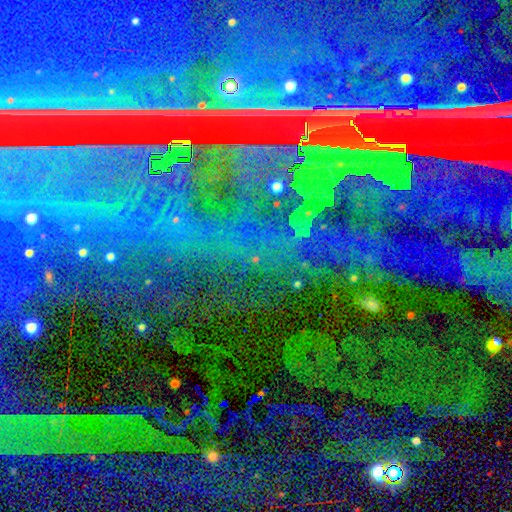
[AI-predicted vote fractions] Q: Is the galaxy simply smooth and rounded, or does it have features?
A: star or artifact — 81%.